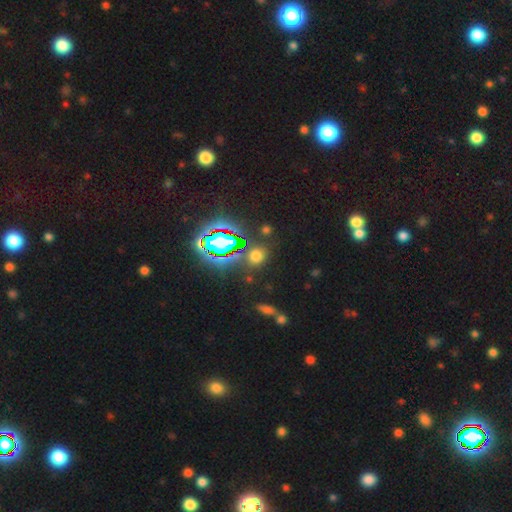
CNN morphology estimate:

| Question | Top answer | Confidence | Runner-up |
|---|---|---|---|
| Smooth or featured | smooth | 52% | star or artifact (39%) |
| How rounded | round | 80% | in between (18%) |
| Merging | none | 82% | minor disturbance (9%) |